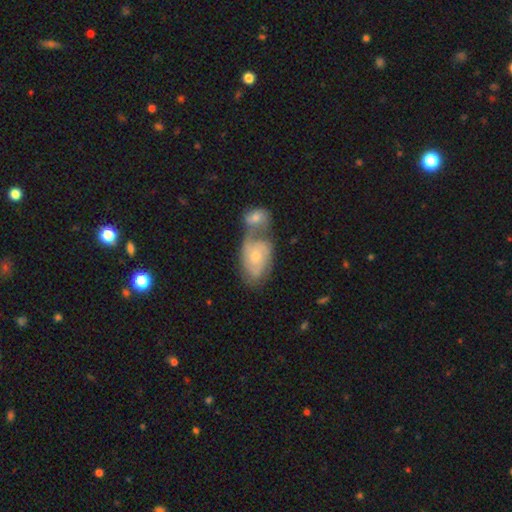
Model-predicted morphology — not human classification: Smooth or featured? featured or disk (59%)
Edge-on disk? no (96%)
Bar? no (74%)
Spiral arms? yes (81%)
Bulge size? small (51%)
Merging? merger (58%)